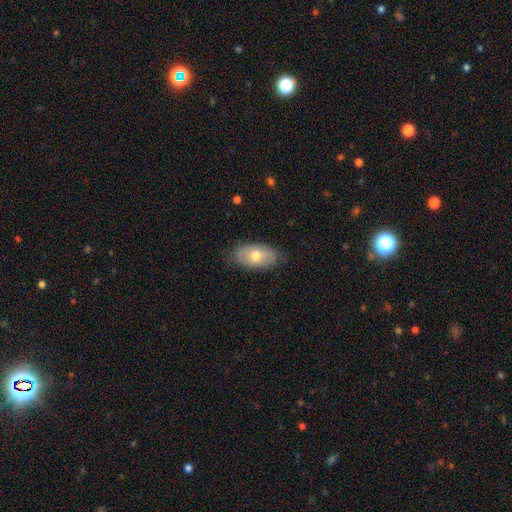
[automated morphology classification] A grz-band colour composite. It shows a smooth galaxy with no disk features (68%) that is in between round and cigar-shaped (92%). Merging: none (81%).